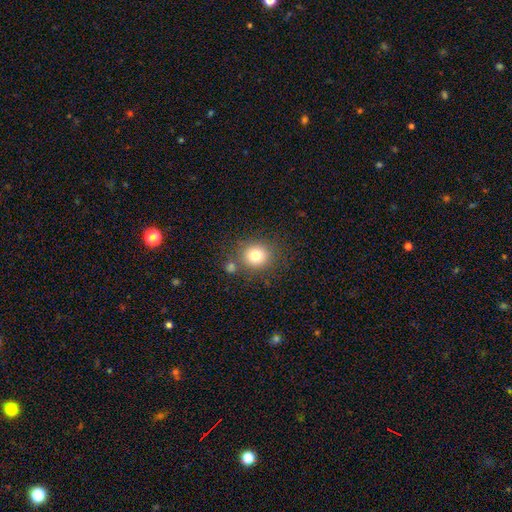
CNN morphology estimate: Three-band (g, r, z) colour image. It shows a smooth galaxy with no disk features (79%) that is round (86%). Merging: none (74%).